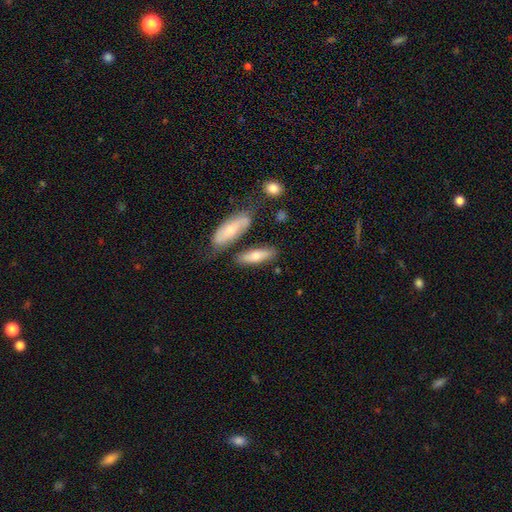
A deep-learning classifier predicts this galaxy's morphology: The model was most divided on "how rounded": cigar-shaped: 49%, in between: 48%, round: 3%. More confident: merging — none (64%); smooth or featured — smooth (62%).